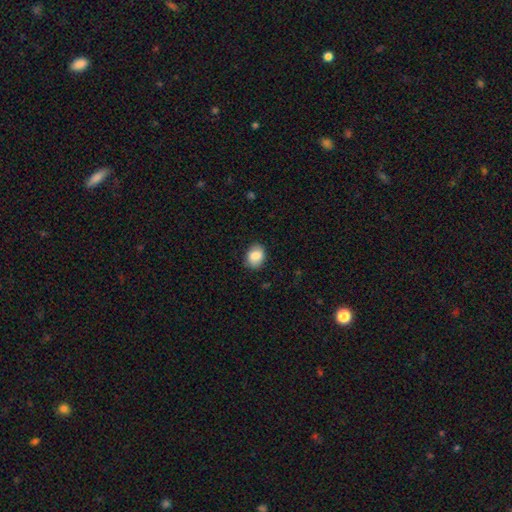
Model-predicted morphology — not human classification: The model was most divided on "how rounded": in between: 59%, round: 40%, cigar-shaped: 1%. More confident: smooth or featured — smooth (85%); merging — none (85%).